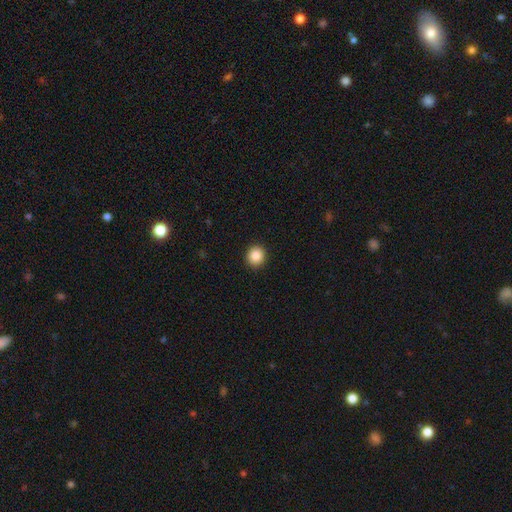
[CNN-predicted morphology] smooth-or-featured: smooth: 86% | star or artifact: 9% | featured or disk: 5%
  how-rounded: round: 91% | in between: 9% | cigar-shaped: 1%
  merging: none: 93% | minor disturbance: 5% | major disturbance: 2% | merger: 1%